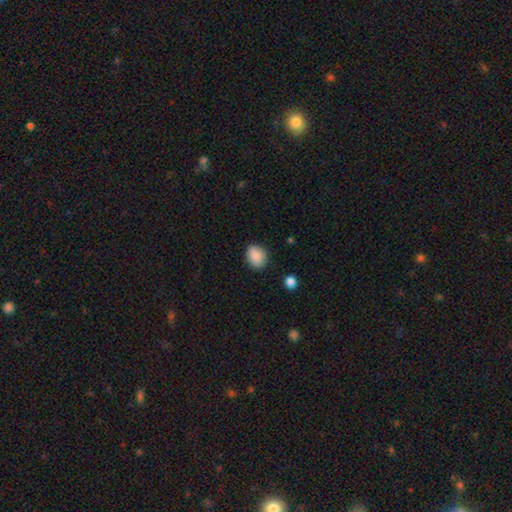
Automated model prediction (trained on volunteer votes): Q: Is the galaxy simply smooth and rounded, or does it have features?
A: smooth — 88%.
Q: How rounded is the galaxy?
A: in between — 61%.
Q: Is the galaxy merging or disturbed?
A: none — 79%.